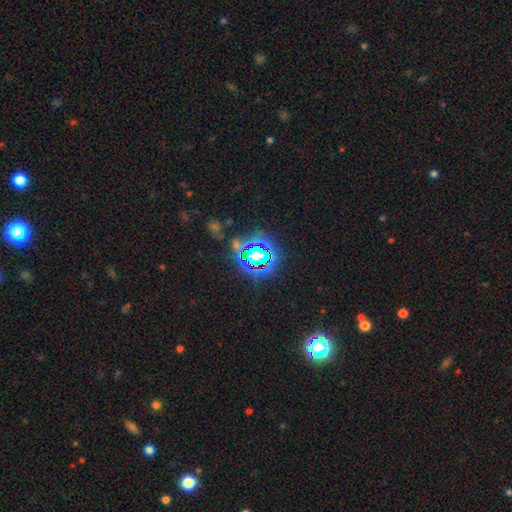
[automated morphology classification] Smooth or featured: star or artifact — 69% (smooth — 20%)